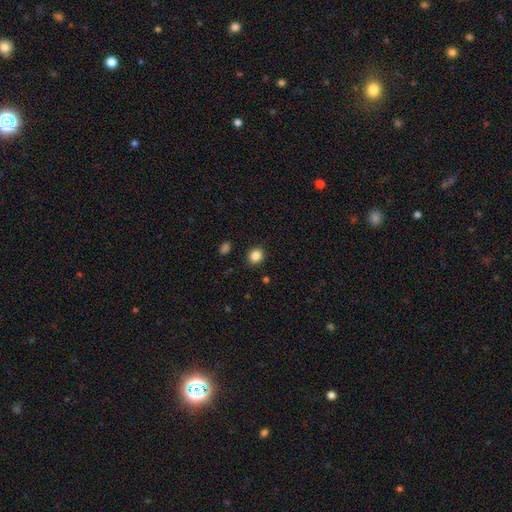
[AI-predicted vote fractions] This is clearly a smooth galaxy (86%). How rounded: likely round (78%). Merging: clearly none (90%).